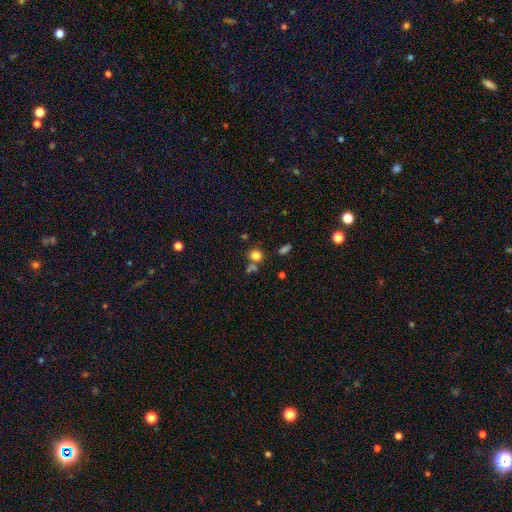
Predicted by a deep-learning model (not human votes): Q: Smooth or featured?
A: smooth (78%); runner-up: star or artifact (15%)
Q: How rounded?
A: round (84%); runner-up: in between (15%)
Q: Merging?
A: none (66%); runner-up: merger (20%)